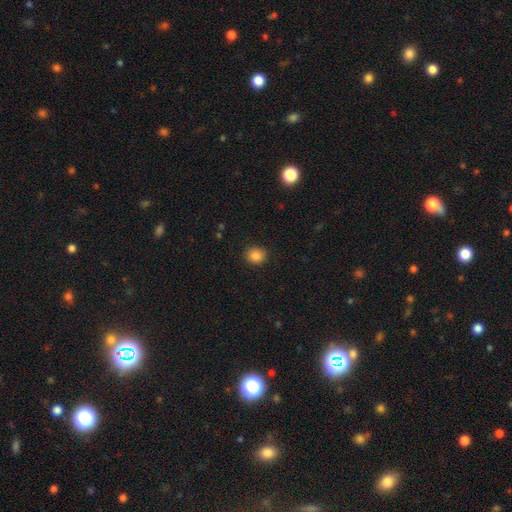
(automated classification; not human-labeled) Smooth or featured? Predicted: smooth (p=0.86). How rounded? Predicted: round (p=0.75). Merging? Predicted: none (p=0.90).